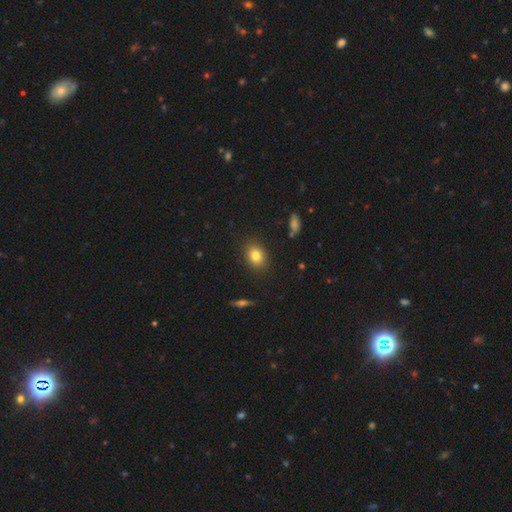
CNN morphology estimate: Overall: smooth (81%). How rounded: in between (62%; round 36%). Merging: none (87%).